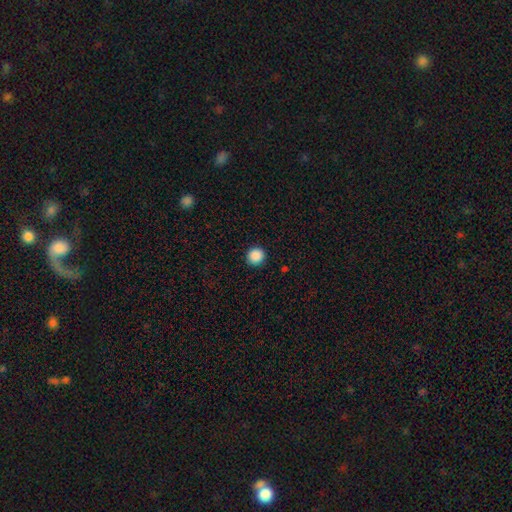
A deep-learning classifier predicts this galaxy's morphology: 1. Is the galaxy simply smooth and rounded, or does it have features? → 89% smooth, 9% star or artifact, 2% featured or disk.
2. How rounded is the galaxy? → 94% round, 5% in between, 1% cigar-shaped.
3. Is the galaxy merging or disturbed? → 93% none, 5% minor disturbance, 2% major disturbance, 1% merger.